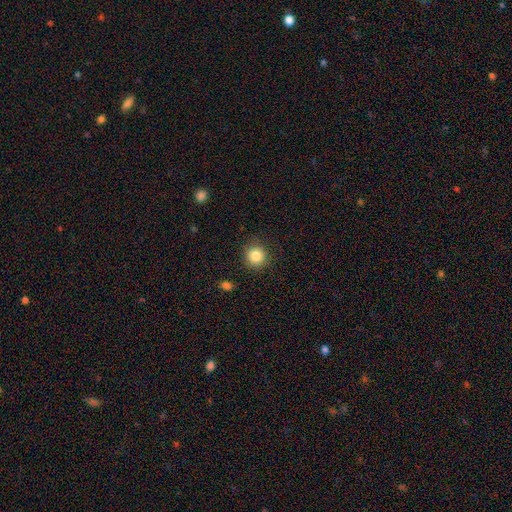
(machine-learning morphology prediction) smooth-or-featured: smooth: 85% | star or artifact: 10% | featured or disk: 5%
  how-rounded: round: 93% | in between: 6% | cigar-shaped: 1%
  merging: none: 89% | minor disturbance: 7% | major disturbance: 2% | merger: 1%